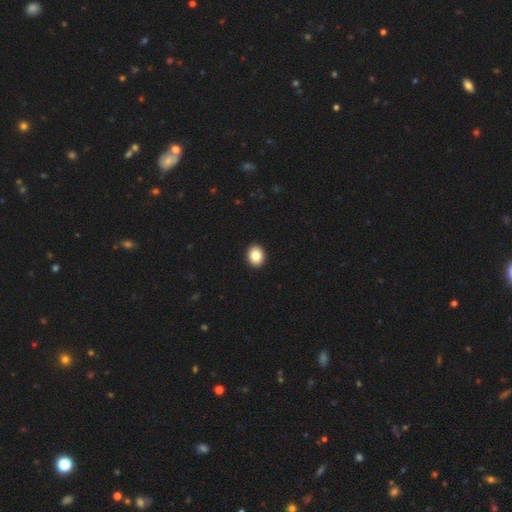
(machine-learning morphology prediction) smooth 86%, star or artifact 8%, featured or disk 6%. Down the decision tree: how rounded — in between (52%); merging — none (93%).